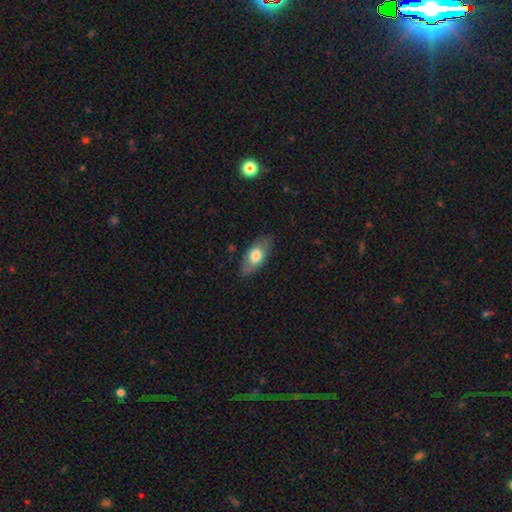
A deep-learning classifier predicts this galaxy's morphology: Smooth or featured? smooth (68%)
How rounded? in between (87%)
Merging? none (81%)